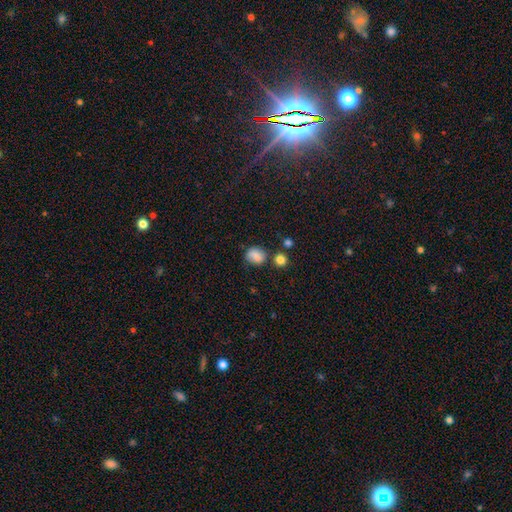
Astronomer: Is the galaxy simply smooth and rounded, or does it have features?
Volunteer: smooth — 87%.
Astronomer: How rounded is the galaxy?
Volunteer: round — 52% (runner-up: in between, 48%).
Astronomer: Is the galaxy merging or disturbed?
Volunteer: none — 61%.